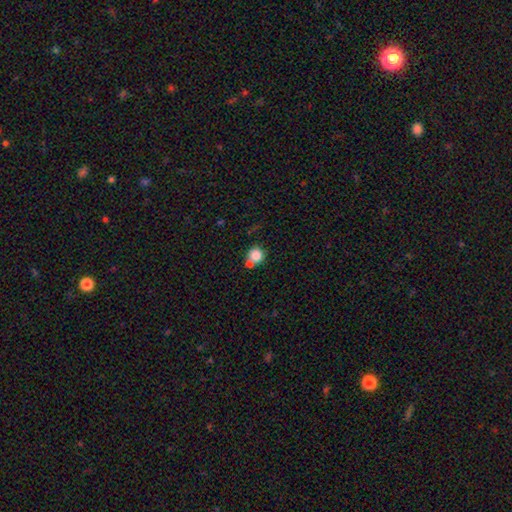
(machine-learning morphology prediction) Smooth or featured? Predicted: smooth (p=0.82). How rounded? Predicted: round (p=0.89). Merging? Predicted: none (p=0.51).